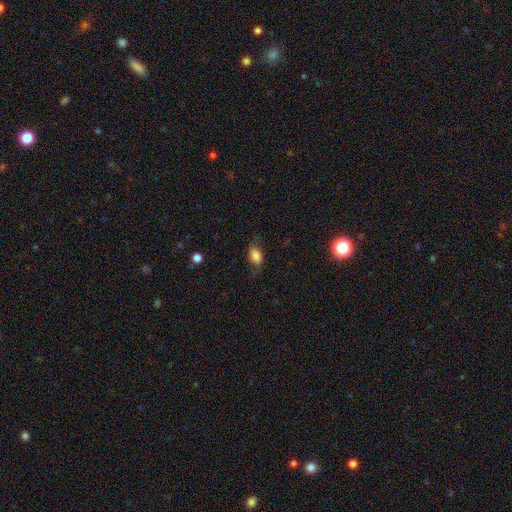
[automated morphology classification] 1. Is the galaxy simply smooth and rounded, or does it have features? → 76% smooth, 15% featured or disk, 9% star or artifact.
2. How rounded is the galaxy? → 81% in between, 16% round, 3% cigar-shaped.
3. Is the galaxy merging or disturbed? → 64% none, 24% minor disturbance, 11% major disturbance, 1% merger.